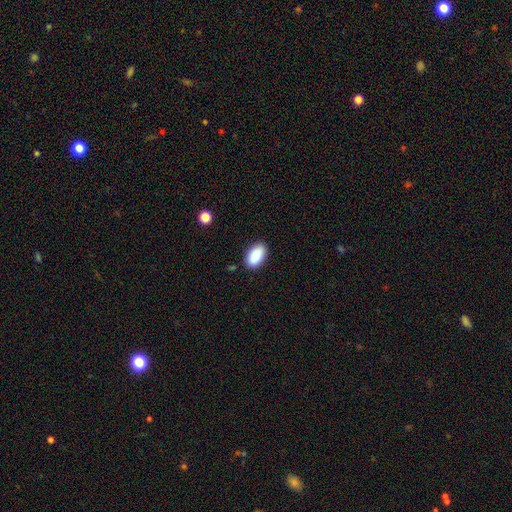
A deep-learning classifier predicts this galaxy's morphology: A smooth galaxy with no disk features (90%) that is in between round and cigar-shaped (94%).

Vote fractions:
- Smooth or featured? smooth: 90% / star or artifact: 7% / featured or disk: 3%
- How rounded? in between: 94% / round: 4% / cigar-shaped: 2%
- Merging? none: 87% / minor disturbance: 9% / major disturbance: 2% / merger: 1%